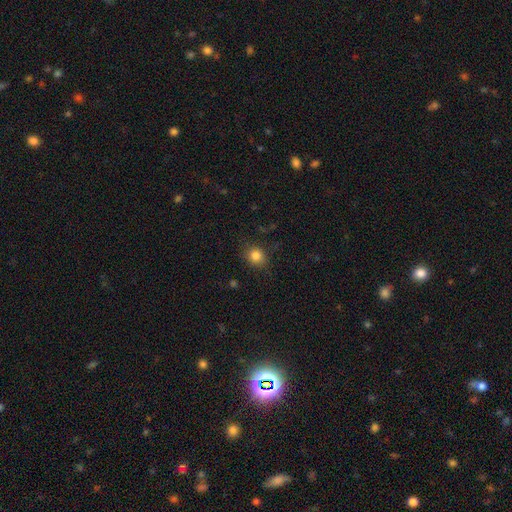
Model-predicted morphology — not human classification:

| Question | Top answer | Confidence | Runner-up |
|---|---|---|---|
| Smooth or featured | smooth | 83% | star or artifact (12%) |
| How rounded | round | 76% | in between (23%) |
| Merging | none | 84% | minor disturbance (11%) |